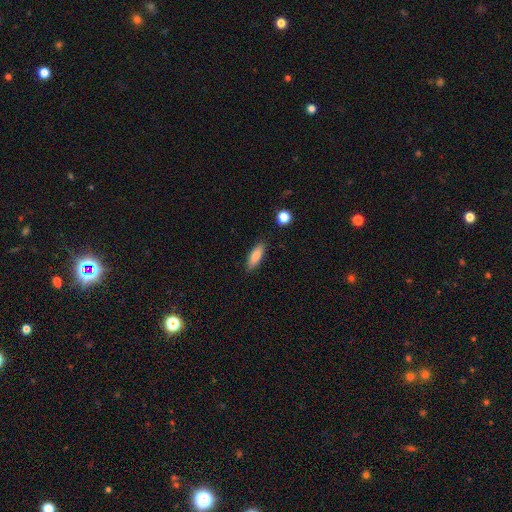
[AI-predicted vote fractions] smooth 81%, featured or disk 12%, star or artifact 7%. Down the decision tree: how rounded — in between (54%); merging — none (87%).